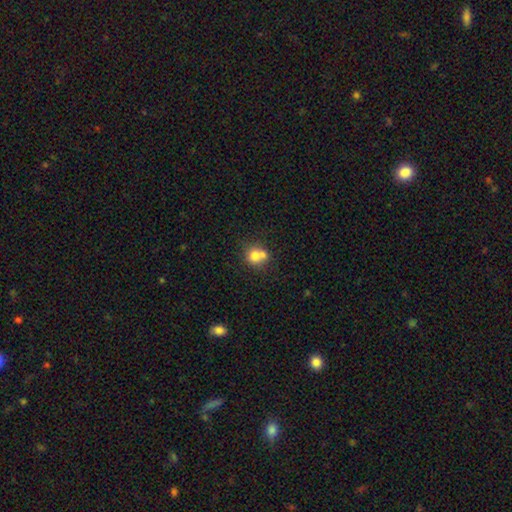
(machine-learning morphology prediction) The model was most divided on "merging": merger: 47%, none: 40%, minor disturbance: 9%, major disturbance: 4%. More confident: how rounded — round (81%); smooth or featured — smooth (74%).